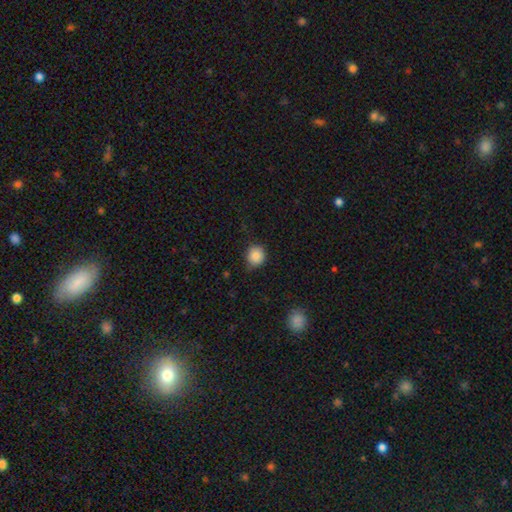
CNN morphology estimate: Smooth or featured? Predicted: smooth (p=0.87). How rounded? Predicted: round (p=0.86). Merging? Predicted: none (p=0.78).